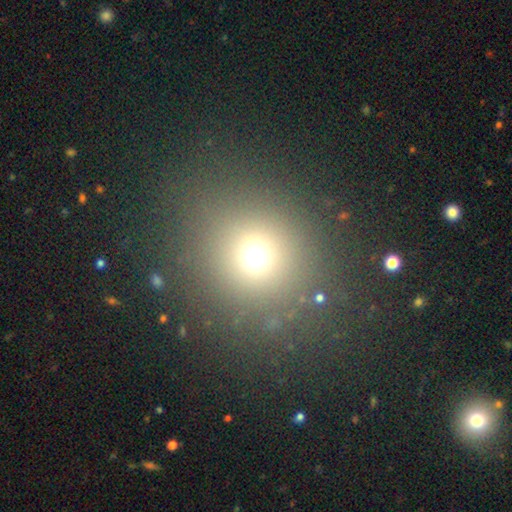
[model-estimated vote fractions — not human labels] Q: Smooth or featured?
A: smooth (66%); runner-up: star or artifact (26%)
Q: How rounded?
A: round (89%); runner-up: in between (10%)
Q: Merging?
A: none (85%); runner-up: minor disturbance (7%)